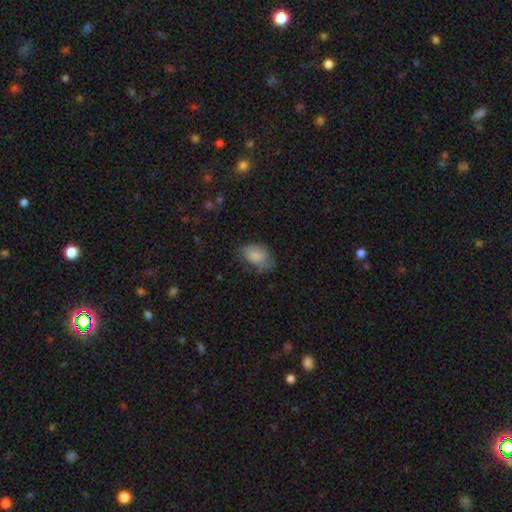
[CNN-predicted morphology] Smooth or featured?
  - smooth: 79% *
  - featured or disk: 13%
  - star or artifact: 7%
How rounded?
  - in between: 83% *
  - round: 16%
  - cigar-shaped: 1%
Merging?
  - none: 53% *
  - minor disturbance: 32%
  - major disturbance: 13%
  - merger: 2%